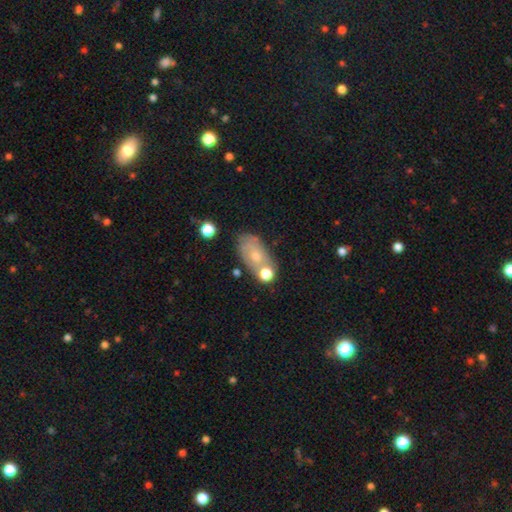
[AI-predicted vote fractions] Morphology: type=smooth (47%); merging=none (51%).